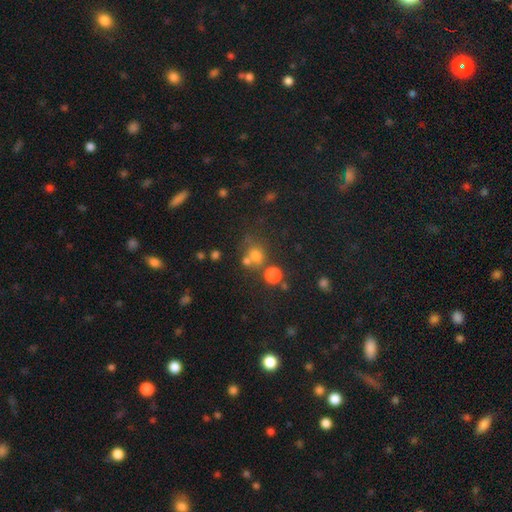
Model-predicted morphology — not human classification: Smooth or featured? Predicted: smooth (p=0.66). How rounded? Predicted: round (p=0.78). Merging? Predicted: none (p=0.54).